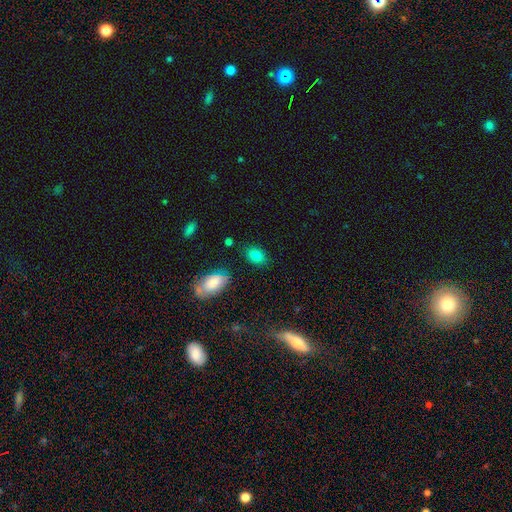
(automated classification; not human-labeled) A smooth galaxy with no disk features (82%) that is in between round and cigar-shaped (81%). Merging: none (83%).